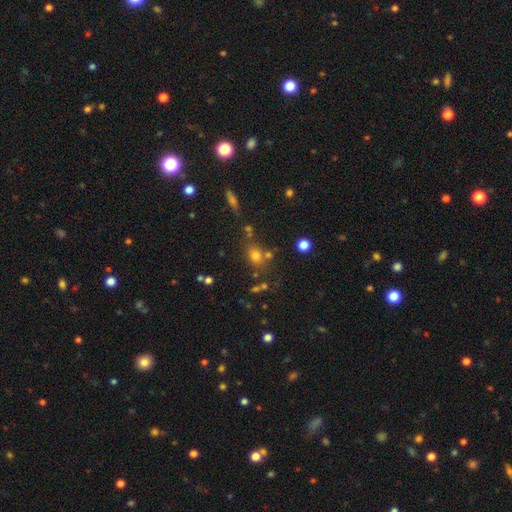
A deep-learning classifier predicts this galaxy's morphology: Smooth or featured: smooth — 71% (star or artifact — 18%)
How rounded: round — 51% (in between — 46%)
Merging: none — 65% (merger — 16%)